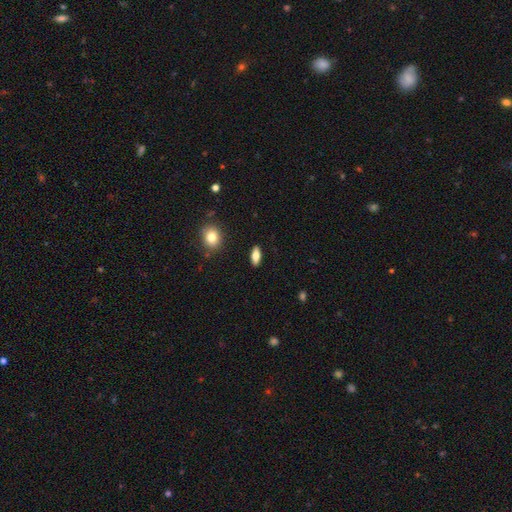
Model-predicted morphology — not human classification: A smooth galaxy with no disk features (76%) that is in between round and cigar-shaped (79%). Merging: none (89%).